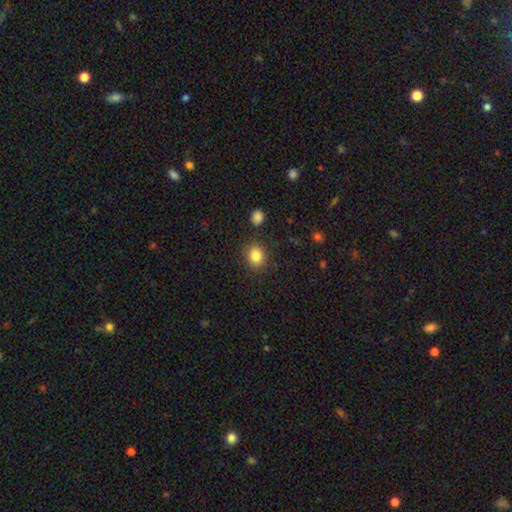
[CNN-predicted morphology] A smooth galaxy with no disk features (84%) that is round (68%). Merging: none (86%).